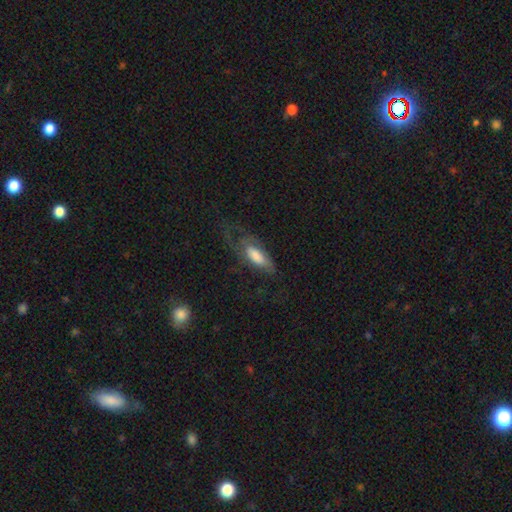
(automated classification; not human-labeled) Smooth or featured? smooth (51%)
How rounded? in between (75%)
Merging? none (39%)